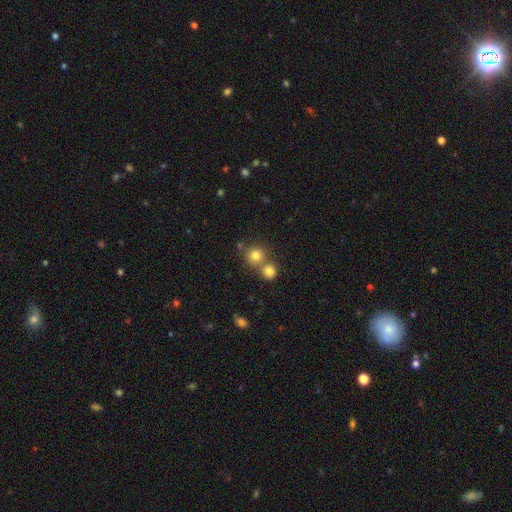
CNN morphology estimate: This appears to be a smooth galaxy with no disk features (79%) that is round (88%). Merging: none (56%).